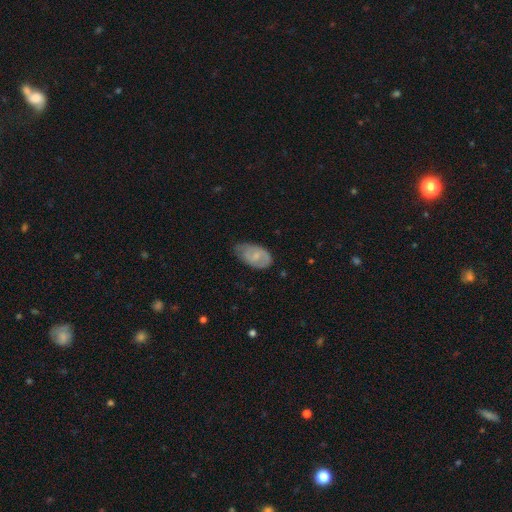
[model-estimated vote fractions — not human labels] This is possibly a smooth galaxy (54%). How rounded: clearly in between (91%). Merging: possibly none (51%).